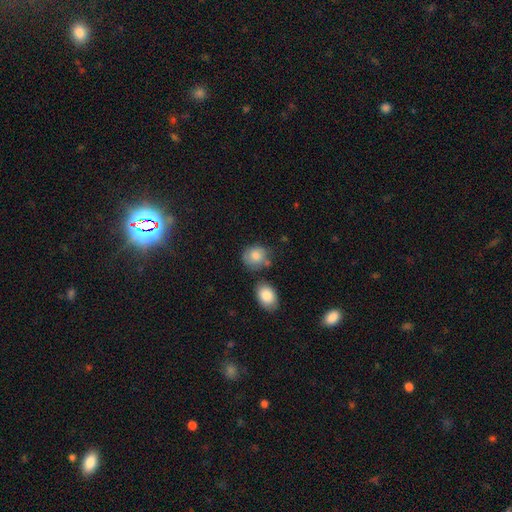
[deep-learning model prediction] Q: Smooth or featured?
A: smooth (80%); runner-up: featured or disk (12%)
Q: How rounded?
A: round (61%); runner-up: in between (38%)
Q: Merging?
A: none (58%); runner-up: minor disturbance (23%)